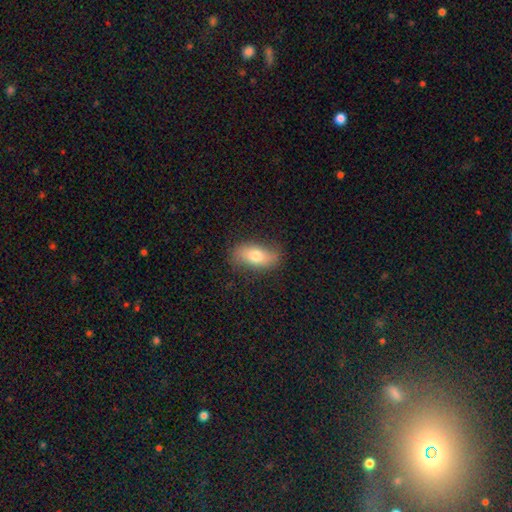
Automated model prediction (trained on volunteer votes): Smooth or featured?
  - smooth: 67% *
  - featured or disk: 25%
  - star or artifact: 7%
How rounded?
  - in between: 83% *
  - cigar-shaped: 12%
  - round: 5%
Merging?
  - none: 80% *
  - minor disturbance: 15%
  - major disturbance: 4%
  - merger: 1%